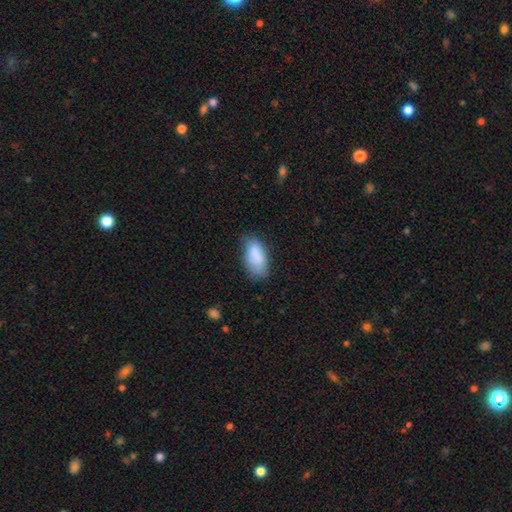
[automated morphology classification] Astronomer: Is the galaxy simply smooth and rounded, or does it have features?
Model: smooth — 87%.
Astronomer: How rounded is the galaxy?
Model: in between — 92%.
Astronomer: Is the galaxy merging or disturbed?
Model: none — 70%.